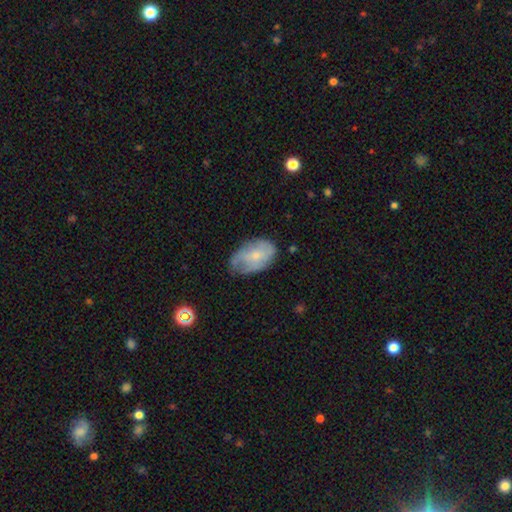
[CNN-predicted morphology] Smooth or featured: smooth — 52% (featured or disk — 41%)
How rounded: in between — 89% (round — 10%)
Merging: none — 51% (minor disturbance — 34%)